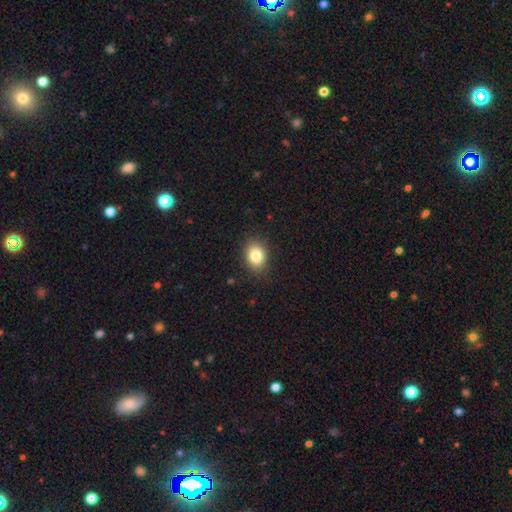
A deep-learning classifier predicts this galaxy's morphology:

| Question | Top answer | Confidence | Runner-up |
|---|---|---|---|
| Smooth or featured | smooth | 84% | star or artifact (9%) |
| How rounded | in between | 65% | round (34%) |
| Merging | none | 86% | minor disturbance (10%) |